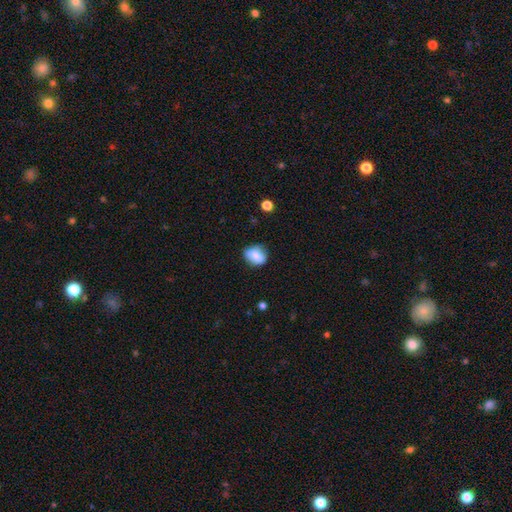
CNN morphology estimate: smooth 77%, featured or disk 14%, star or artifact 9%. Down the decision tree: how rounded — in between (51%); merging — none (70%).